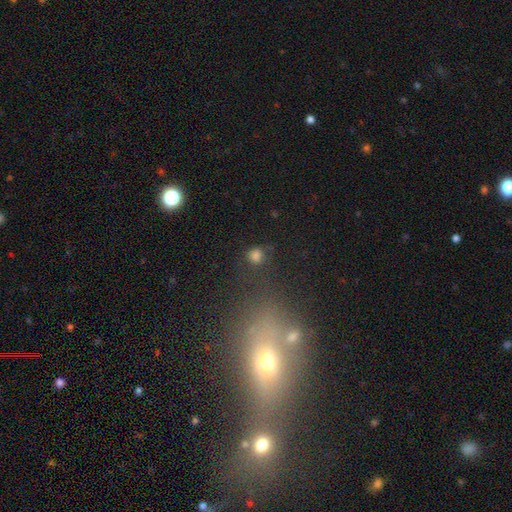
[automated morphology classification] smooth-or-featured: smooth: 75% | star or artifact: 19% | featured or disk: 6%
  how-rounded: round: 88% | in between: 11% | cigar-shaped: 1%
  merging: none: 72% | minor disturbance: 13% | major disturbance: 8% | merger: 7%